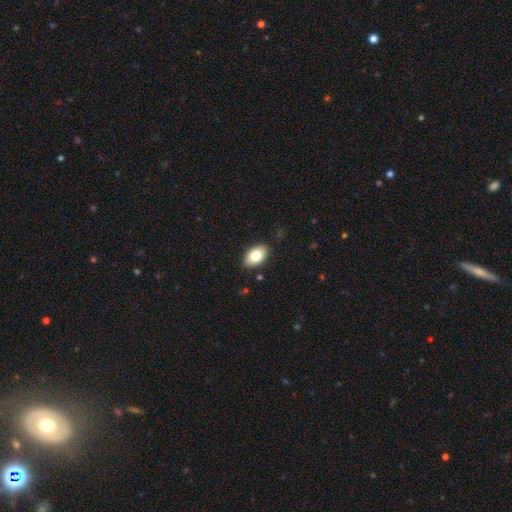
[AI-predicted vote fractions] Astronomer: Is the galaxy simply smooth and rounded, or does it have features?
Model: smooth — 81%.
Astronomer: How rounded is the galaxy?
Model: in between — 91%.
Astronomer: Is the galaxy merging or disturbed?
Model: none — 87%.